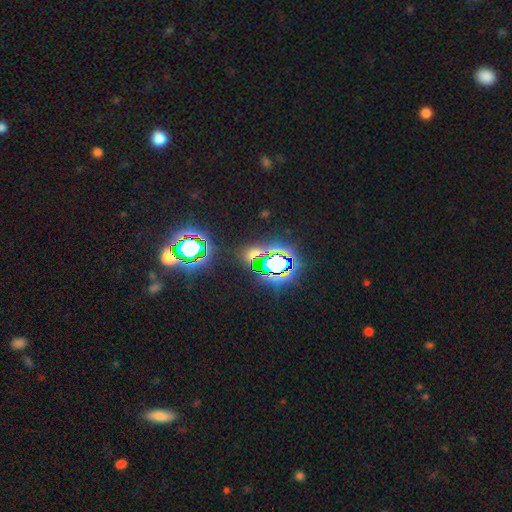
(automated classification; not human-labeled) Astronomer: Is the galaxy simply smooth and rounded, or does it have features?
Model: star or artifact — 67%.